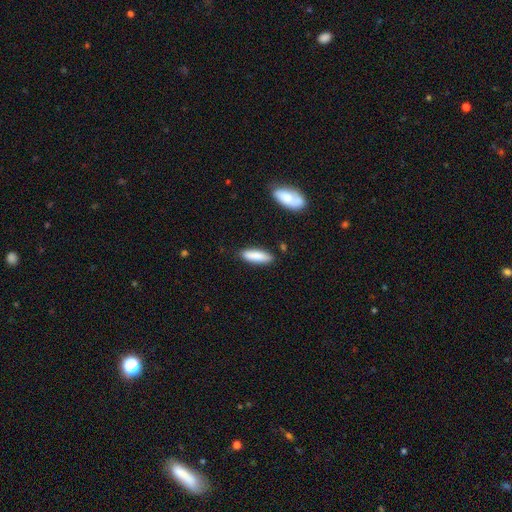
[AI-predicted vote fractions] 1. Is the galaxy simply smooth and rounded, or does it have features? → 87% smooth, 8% featured or disk, 6% star or artifact.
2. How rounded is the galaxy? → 52% cigar-shaped, 47% in between, 2% round.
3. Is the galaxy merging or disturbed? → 85% none, 11% minor disturbance, 2% merger, 2% major disturbance.